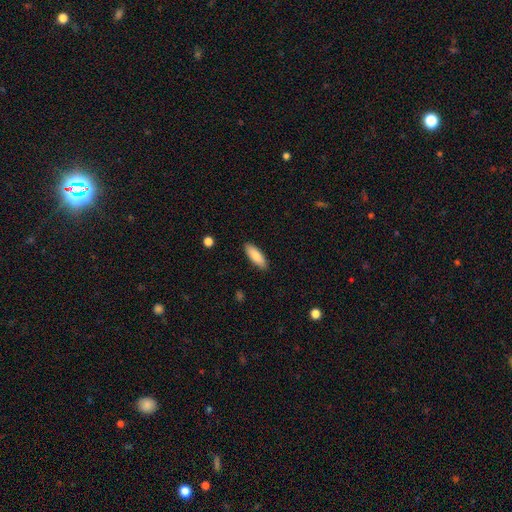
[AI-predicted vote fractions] Smooth or featured? Predicted: smooth (p=0.84). How rounded? Predicted: in between (p=0.65). Merging? Predicted: none (p=0.89).